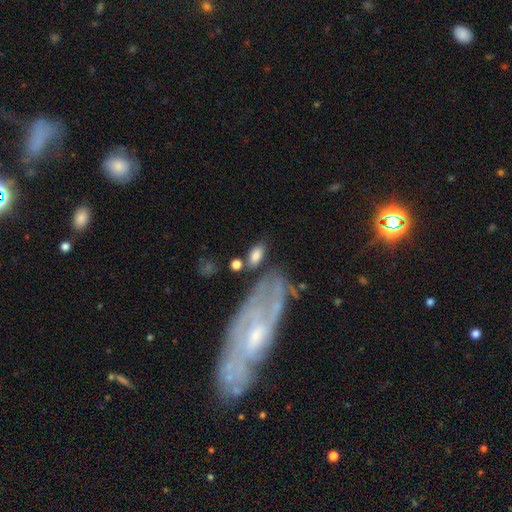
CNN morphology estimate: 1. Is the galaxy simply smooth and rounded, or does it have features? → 79% smooth, 15% featured or disk, 7% star or artifact.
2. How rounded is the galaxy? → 90% in between, 5% cigar-shaped, 5% round.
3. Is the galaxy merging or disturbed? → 63% none, 17% minor disturbance, 12% merger, 9% major disturbance.